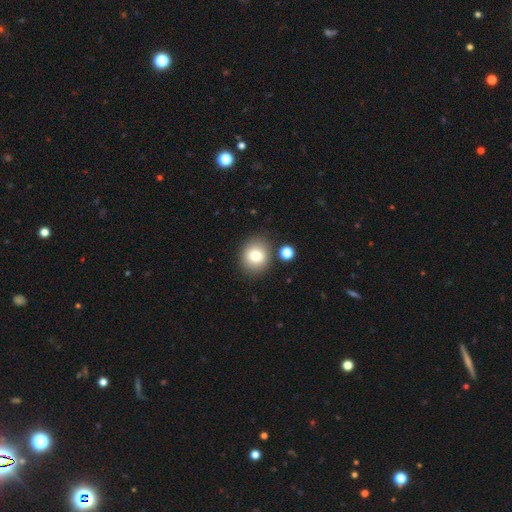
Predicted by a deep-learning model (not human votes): This is likely a smooth galaxy (79%). How rounded: likely round (75%). Merging: clearly none (81%).